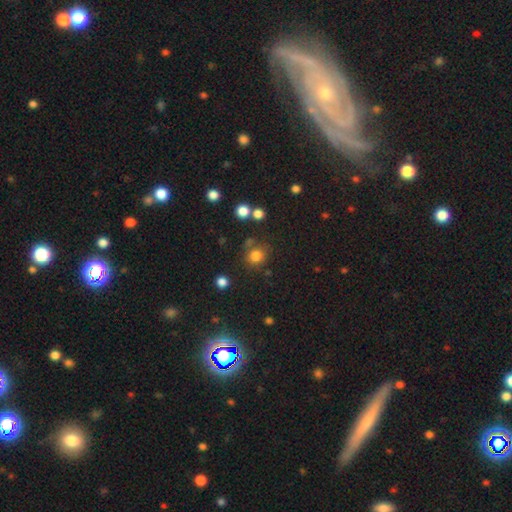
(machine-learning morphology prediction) A smooth galaxy with no disk features (79%) that is round (86%).

Vote fractions:
- Smooth or featured? smooth: 79% / star or artifact: 15% / featured or disk: 6%
- How rounded? round: 86% / in between: 13% / cigar-shaped: 1%
- Merging? none: 75% / minor disturbance: 12% / merger: 9% / major disturbance: 5%